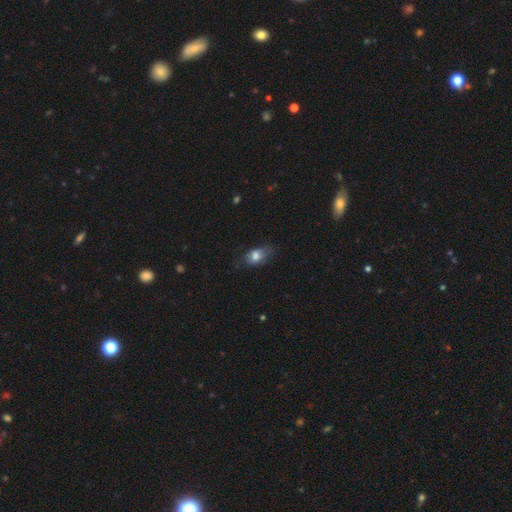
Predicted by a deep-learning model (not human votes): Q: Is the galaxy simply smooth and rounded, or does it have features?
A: smooth — 72%.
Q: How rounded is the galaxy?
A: in between — 84%.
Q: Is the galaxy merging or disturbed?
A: none — 53%.